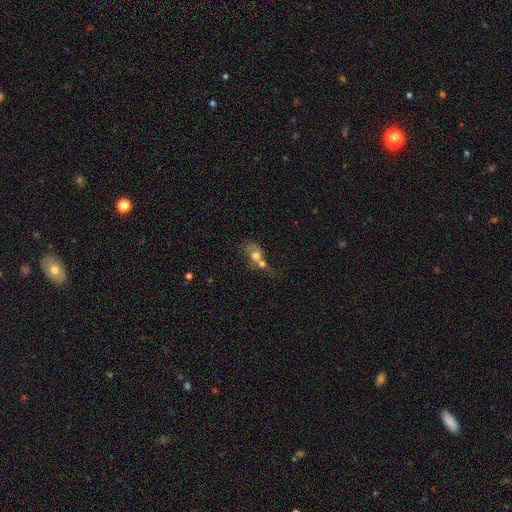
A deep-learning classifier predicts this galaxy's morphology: smooth 52%, featured or disk 37%, star or artifact 11%. Down the decision tree: how rounded — in between (50%); merging — merger (71%).